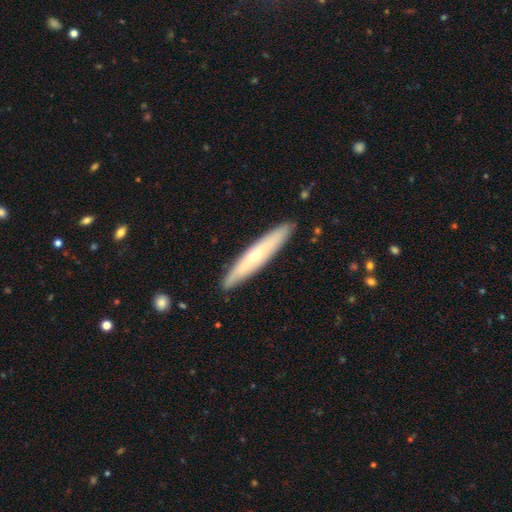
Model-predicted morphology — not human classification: Smooth or featured? featured or disk (51%)
Edge-on disk? yes (81%)
Merging? none (89%)